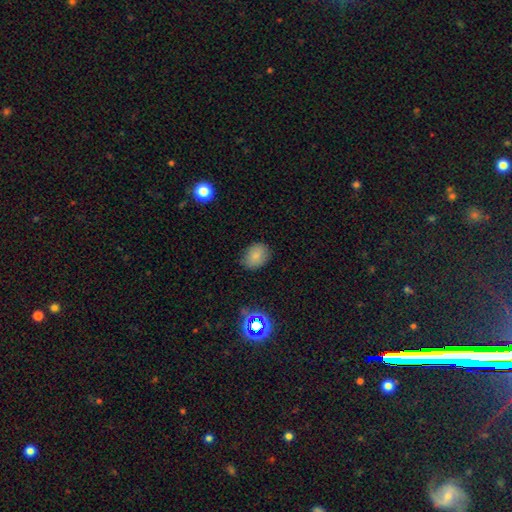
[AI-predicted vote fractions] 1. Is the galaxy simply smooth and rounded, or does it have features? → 79% smooth, 13% star or artifact, 8% featured or disk.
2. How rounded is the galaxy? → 61% in between, 38% round, 1% cigar-shaped.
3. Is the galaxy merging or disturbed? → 77% none, 17% minor disturbance, 4% major disturbance, 1% merger.